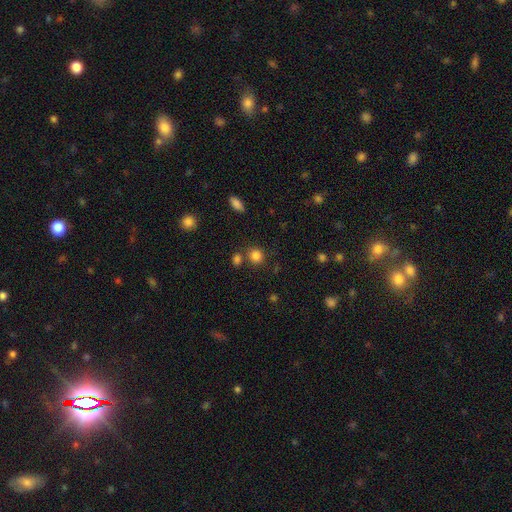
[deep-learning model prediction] This is clearly a smooth galaxy (83%). How rounded: clearly round (84%). Merging: likely none (73%).